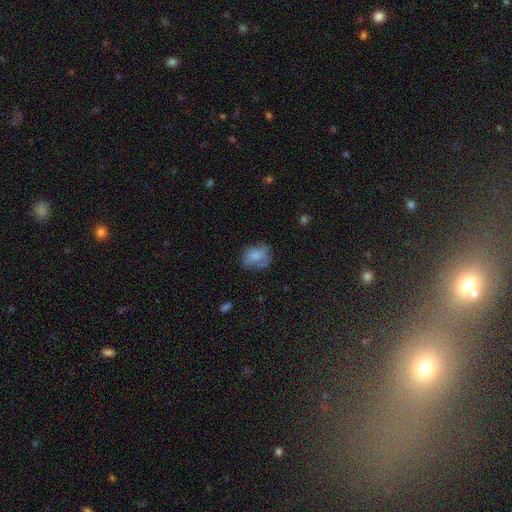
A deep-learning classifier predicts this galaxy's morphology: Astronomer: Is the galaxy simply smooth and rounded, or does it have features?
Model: smooth — 73%.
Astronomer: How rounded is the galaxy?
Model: in between — 59% (runner-up: round, 40%).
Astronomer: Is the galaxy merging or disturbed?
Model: none — 52% (runner-up: minor disturbance, 29%).